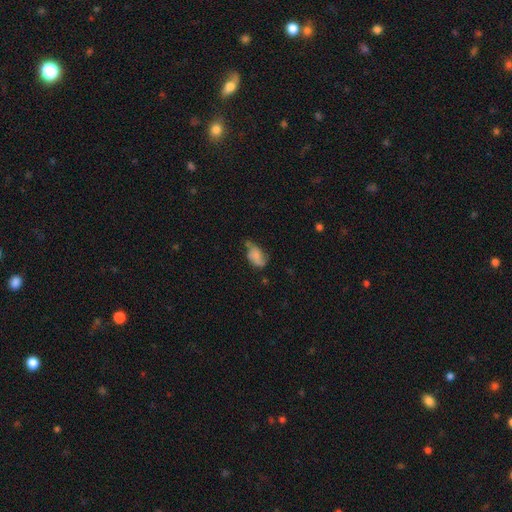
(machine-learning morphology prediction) Q: Smooth or featured?
A: smooth (61%); runner-up: featured or disk (29%)
Q: How rounded?
A: in between (88%); runner-up: round (10%)
Q: Merging?
A: none (39%); runner-up: minor disturbance (36%)